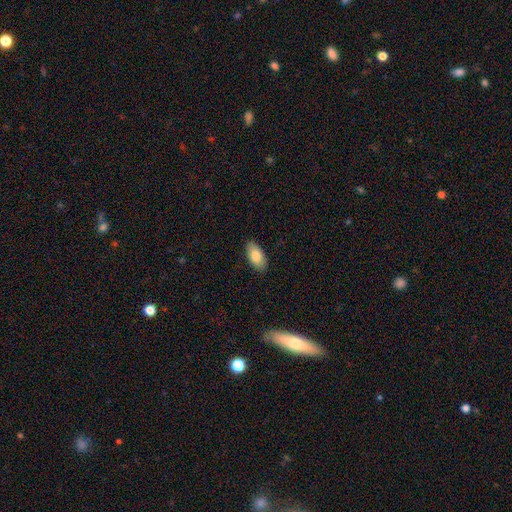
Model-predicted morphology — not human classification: A smooth galaxy with no disk features (82%) that is in between round and cigar-shaped (94%).

Vote fractions:
- Smooth or featured? smooth: 82% / featured or disk: 12% / star or artifact: 6%
- How rounded? in between: 94% / cigar-shaped: 4% / round: 3%
- Merging? none: 88% / minor disturbance: 10% / major disturbance: 2% / merger: 1%